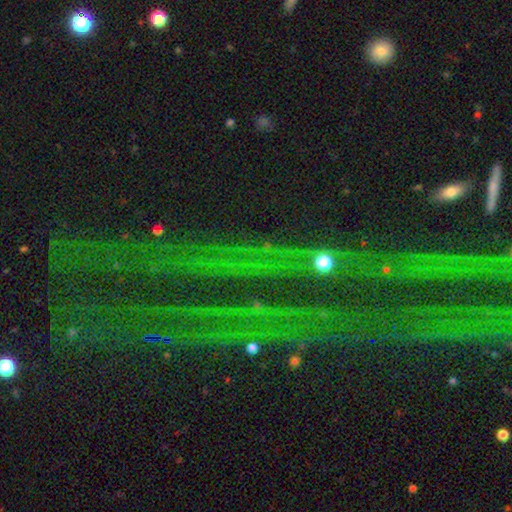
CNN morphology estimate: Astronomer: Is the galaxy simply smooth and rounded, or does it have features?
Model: star or artifact — 79%.